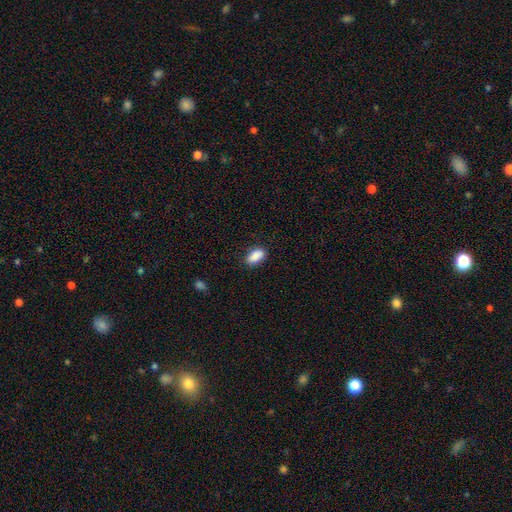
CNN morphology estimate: smooth-or-featured: smooth: 88% | star or artifact: 7% | featured or disk: 5%
  how-rounded: in between: 88% | cigar-shaped: 8% | round: 4%
  merging: none: 81% | minor disturbance: 14% | major disturbance: 3% | merger: 1%